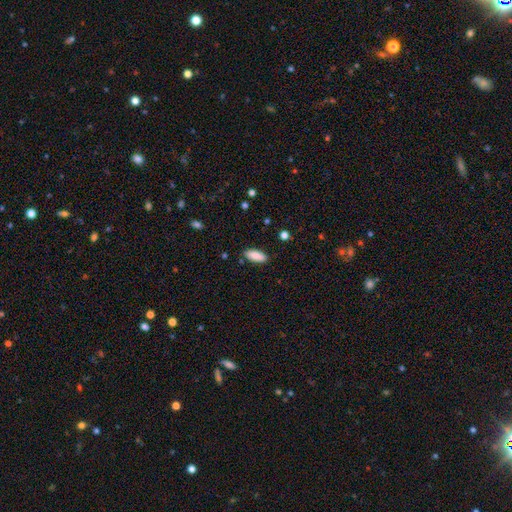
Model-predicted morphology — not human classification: This appears to be a smooth galaxy with no disk features (89%) that is in between round and cigar-shaped (80%). Merging: none (86%).